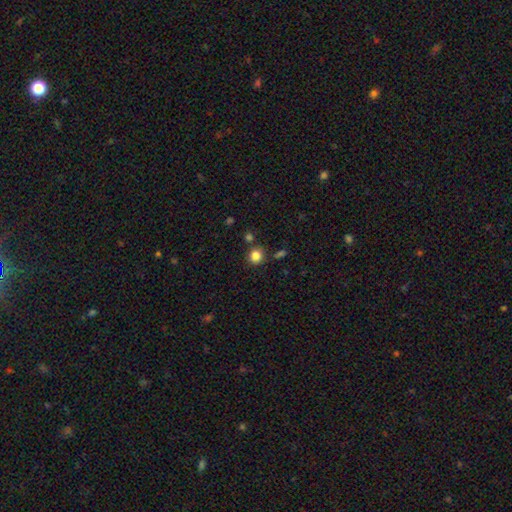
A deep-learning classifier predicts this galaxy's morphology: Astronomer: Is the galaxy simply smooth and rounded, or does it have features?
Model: smooth — 84%.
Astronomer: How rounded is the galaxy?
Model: round — 88%.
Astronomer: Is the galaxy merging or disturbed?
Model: none — 82%.